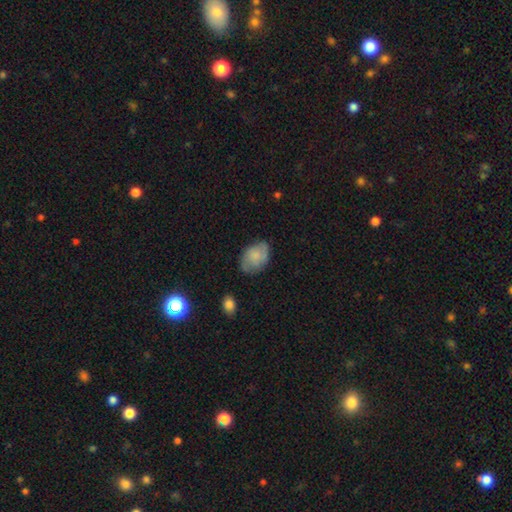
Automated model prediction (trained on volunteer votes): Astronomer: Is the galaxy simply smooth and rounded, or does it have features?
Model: smooth — 68%.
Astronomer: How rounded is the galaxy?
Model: in between — 84%.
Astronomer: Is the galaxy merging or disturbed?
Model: none — 69%.